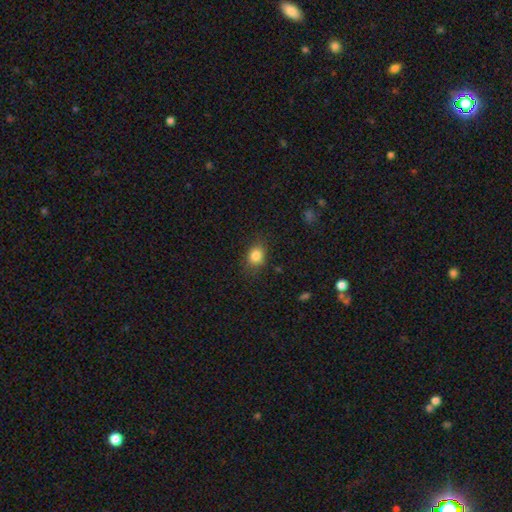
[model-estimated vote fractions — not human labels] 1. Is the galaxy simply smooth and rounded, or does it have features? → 83% smooth, 10% star or artifact, 6% featured or disk.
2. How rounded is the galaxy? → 55% in between, 44% round, 1% cigar-shaped.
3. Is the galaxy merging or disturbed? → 77% none, 17% minor disturbance, 5% major disturbance, 1% merger.